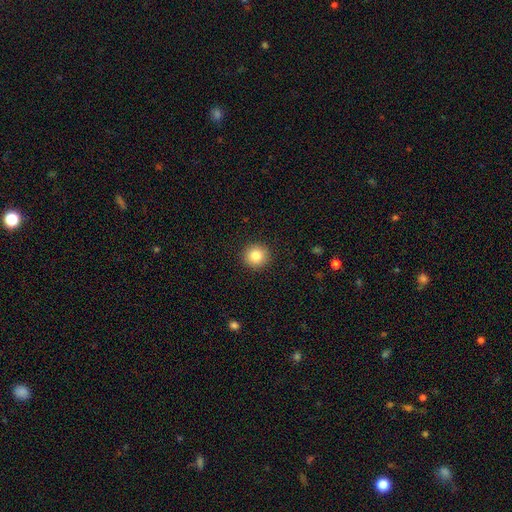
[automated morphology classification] A smooth galaxy with no disk features (83%) that is round (94%). Merging: none (92%).